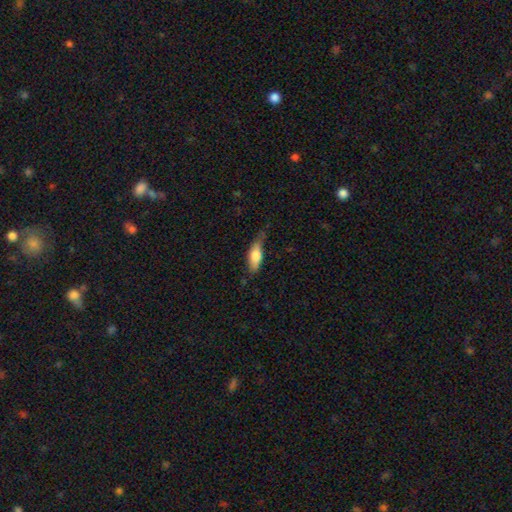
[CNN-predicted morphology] A smooth galaxy with no disk features (70%) that is in between round and cigar-shaped (63%).

Vote fractions:
- Smooth or featured? smooth: 70% / featured or disk: 24% / star or artifact: 6%
- How rounded? in between: 63% / cigar-shaped: 35% / round: 3%
- Merging? none: 59% / minor disturbance: 32% / major disturbance: 7% / merger: 2%